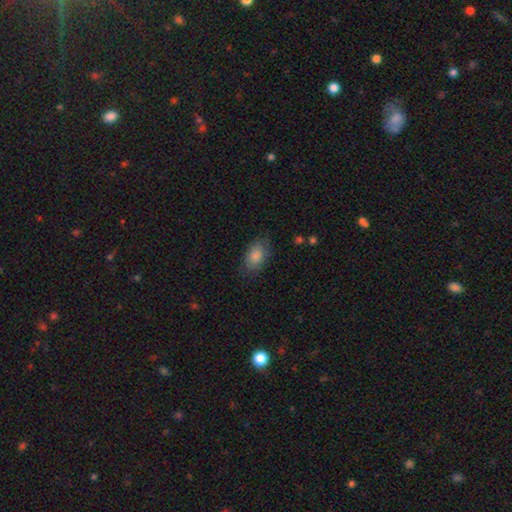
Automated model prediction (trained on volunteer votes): smooth 82%, featured or disk 10%, star or artifact 8%. Down the decision tree: how rounded — in between (88%); merging — none (78%).